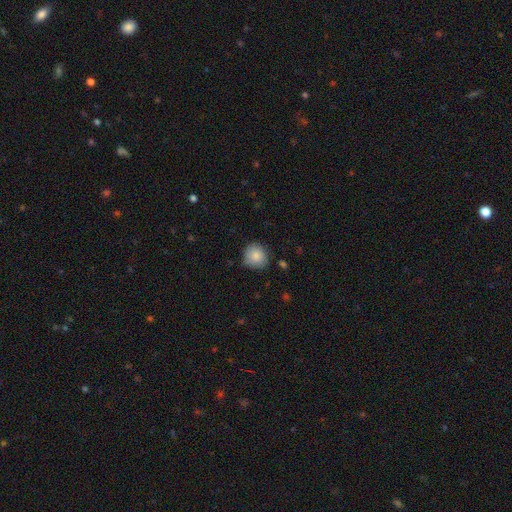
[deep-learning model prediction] Smooth or featured? Predicted: smooth (p=0.85). How rounded? Predicted: round (p=0.88). Merging? Predicted: none (p=0.79).